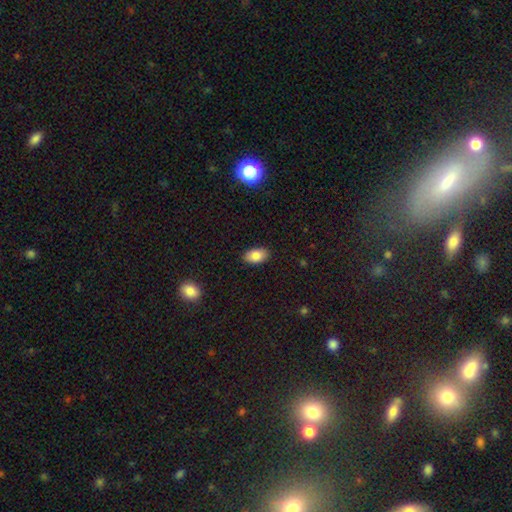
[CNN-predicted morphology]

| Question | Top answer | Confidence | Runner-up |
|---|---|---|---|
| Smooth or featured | smooth | 86% | star or artifact (8%) |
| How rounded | in between | 92% | round (6%) |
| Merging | none | 88% | minor disturbance (9%) |